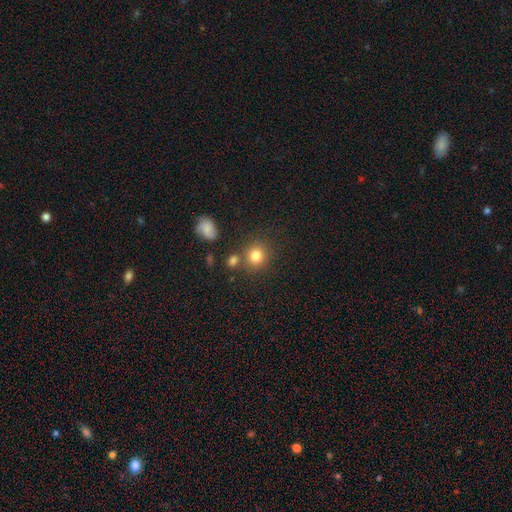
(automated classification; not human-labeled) A smooth galaxy with no disk features (82%) that is round (85%).

Vote fractions:
- Smooth or featured? smooth: 82% / star or artifact: 11% / featured or disk: 7%
- How rounded? round: 85% / in between: 14% / cigar-shaped: 1%
- Merging? none: 74% / merger: 12% / minor disturbance: 10% / major disturbance: 4%